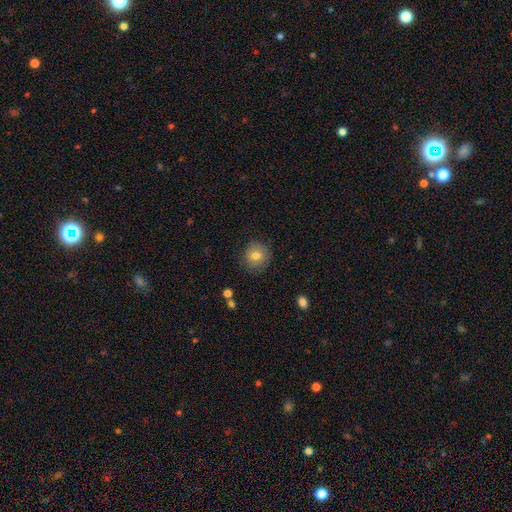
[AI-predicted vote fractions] This appears to be a smooth galaxy with no disk features (78%) that is round (90%). Merging: none (86%).